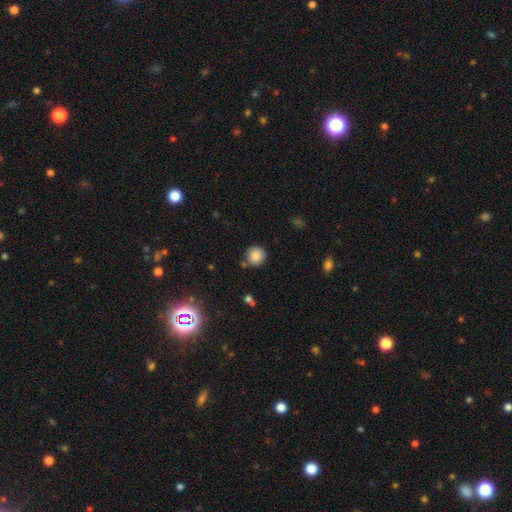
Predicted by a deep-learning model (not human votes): Smooth or featured: smooth — 86% (star or artifact — 10%)
How rounded: round — 94% (in between — 5%)
Merging: none — 83% (minor disturbance — 9%)